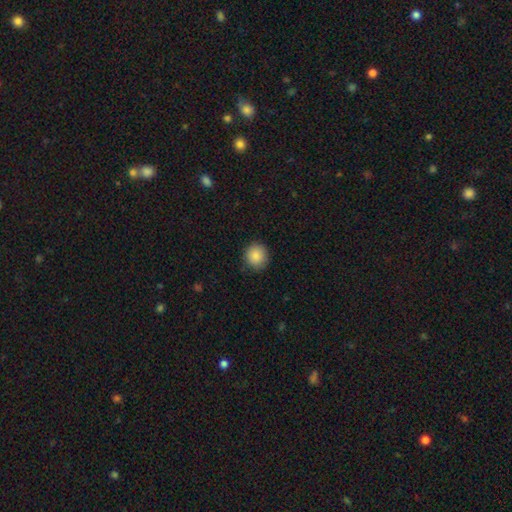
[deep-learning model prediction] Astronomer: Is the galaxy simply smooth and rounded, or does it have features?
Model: smooth — 87%.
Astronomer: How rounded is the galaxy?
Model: round — 90%.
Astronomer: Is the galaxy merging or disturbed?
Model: none — 89%.